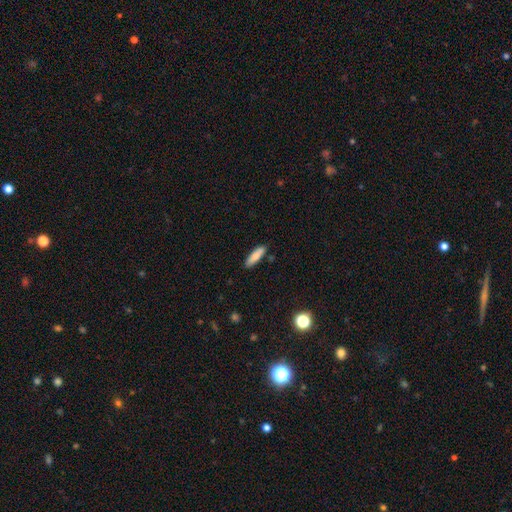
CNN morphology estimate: smooth-or-featured: smooth: 80% | featured or disk: 13% | star or artifact: 7%
  how-rounded: cigar-shaped: 63% | in between: 35% | round: 2%
  merging: none: 84% | minor disturbance: 11% | merger: 3% | major disturbance: 2%